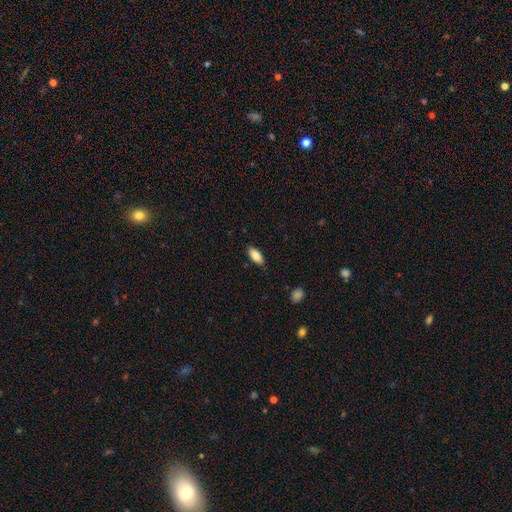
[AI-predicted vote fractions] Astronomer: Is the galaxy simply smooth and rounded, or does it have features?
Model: smooth — 86%.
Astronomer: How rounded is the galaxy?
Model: in between — 88%.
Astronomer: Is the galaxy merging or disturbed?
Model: none — 87%.